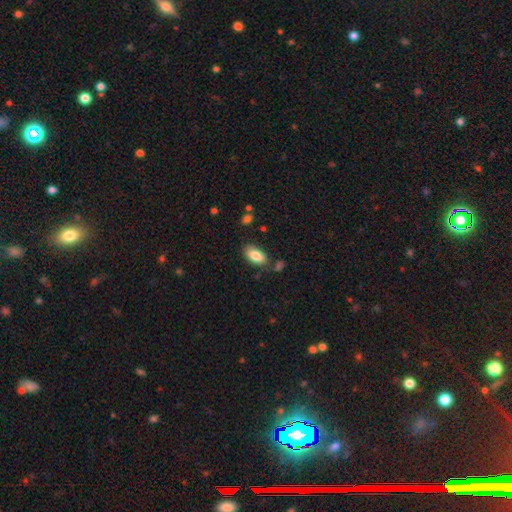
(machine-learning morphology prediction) smooth_or_featured: smooth (p=0.84) [alt: featured or disk p=0.09]
how_rounded: in between (p=0.94) [alt: cigar-shaped p=0.03]
merging: none (p=0.76) [alt: minor disturbance p=0.15]